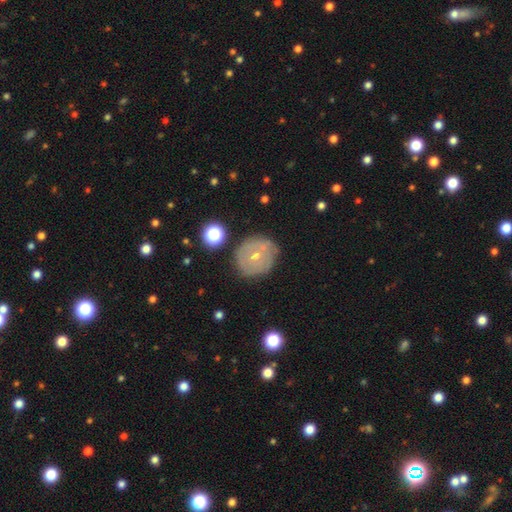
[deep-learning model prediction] Smooth or featured?
  - featured or disk: 51% *
  - smooth: 38%
  - star or artifact: 11%
Edge-on disk?
  - no: 95% *
  - yes: 5%
Merging?
  - none: 75% *
  - minor disturbance: 15%
  - merger: 5%
  - major disturbance: 4%